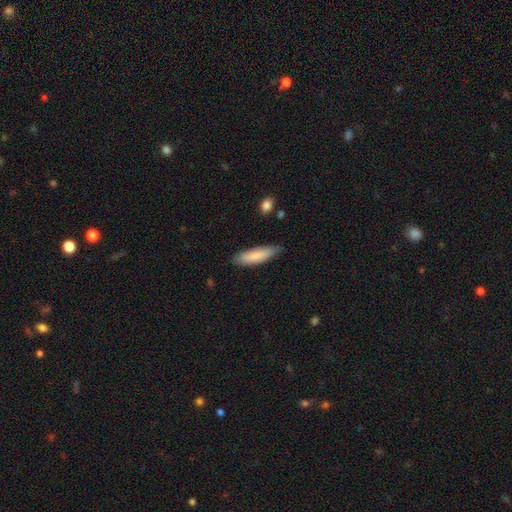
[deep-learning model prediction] Smooth or featured? smooth (81%)
How rounded? cigar-shaped (62%)
Merging? none (75%)